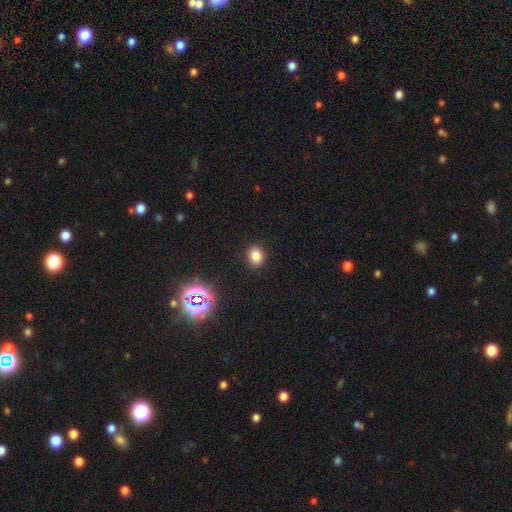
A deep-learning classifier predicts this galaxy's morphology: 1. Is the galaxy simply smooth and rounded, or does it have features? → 80% smooth, 15% star or artifact, 5% featured or disk.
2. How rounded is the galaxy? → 53% round, 46% in between, 1% cigar-shaped.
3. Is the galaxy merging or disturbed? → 89% none, 7% minor disturbance, 2% major disturbance, 1% merger.